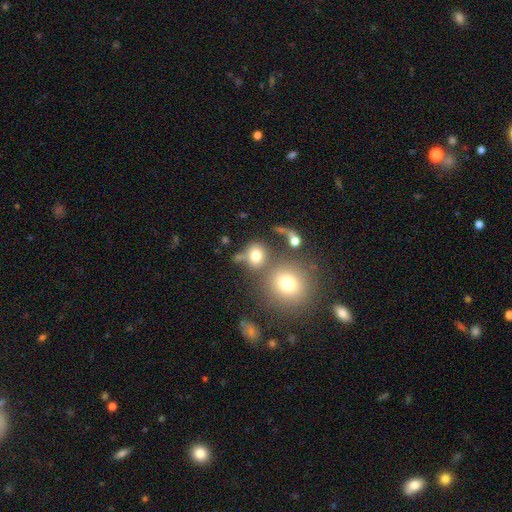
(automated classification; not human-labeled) A smooth galaxy with no disk features (74%) that is round (73%).

Vote fractions:
- Smooth or featured? smooth: 74% / star or artifact: 15% / featured or disk: 11%
- How rounded? round: 73% / in between: 25% / cigar-shaped: 1%
- Merging? none: 53% / merger: 25% / minor disturbance: 13% / major disturbance: 9%